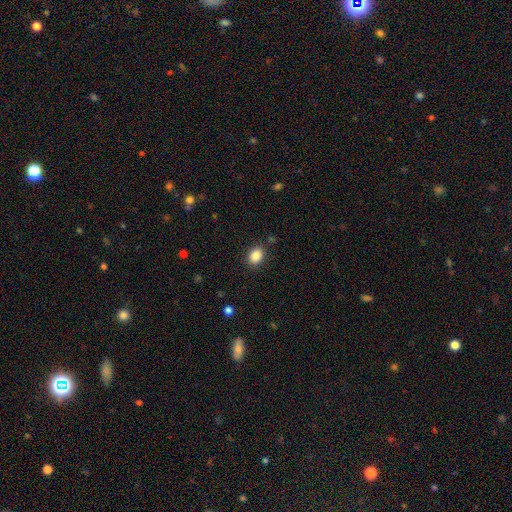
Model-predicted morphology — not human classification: The model was most divided on "how rounded": in between: 63%, round: 36%, cigar-shaped: 1%. More confident: smooth or featured — smooth (87%); merging — none (87%).